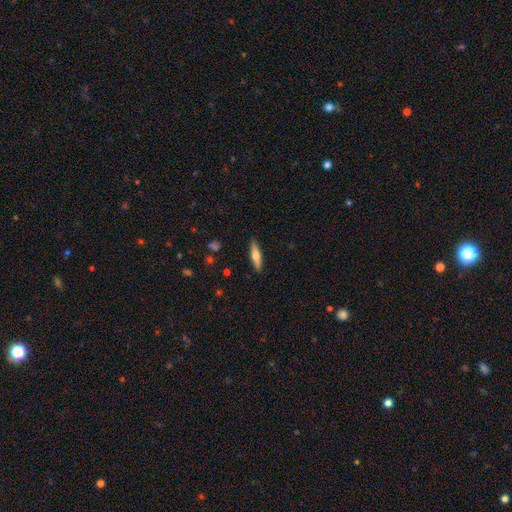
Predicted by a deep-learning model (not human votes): This appears to be a smooth galaxy with no disk features (54%) that is cigar-shaped (72%). Merging: none (89%).